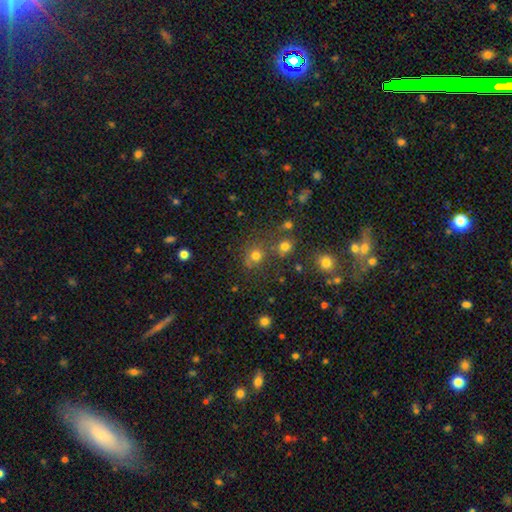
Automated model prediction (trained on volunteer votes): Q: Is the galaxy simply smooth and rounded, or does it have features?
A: smooth — 71%.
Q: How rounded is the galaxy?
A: round — 83%.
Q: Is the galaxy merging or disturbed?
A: none — 64%.